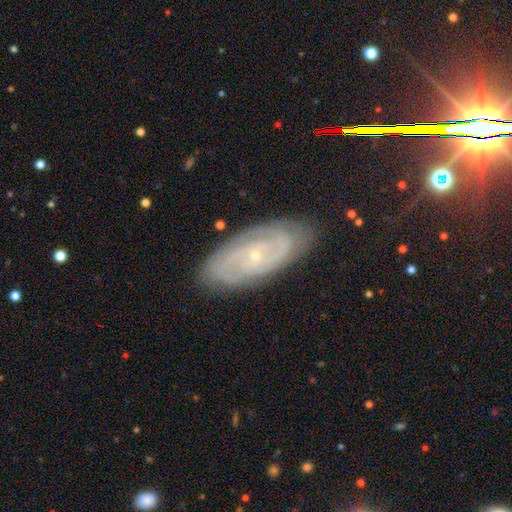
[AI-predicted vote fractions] The model was most divided on "spiral arm count": 2: 46%, can't tell: 26%, 3: 12%, 4: 7%, more than 4: 5%, 1: 5%. More confident: spiral arms — yes (95%); edge-on disk — no (94%); bulge size — small (87%); merging — none (83%); smooth or featured — featured or disk (82%); spiral winding — tight (68%); bar — no (67%).